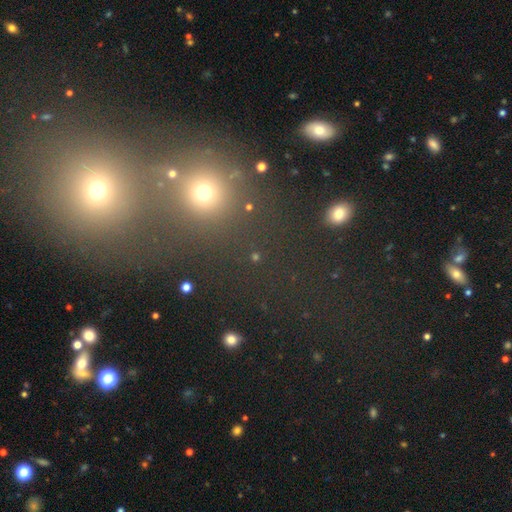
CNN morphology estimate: A smooth galaxy with no disk features (52%) that is round (83%).

Vote fractions:
- Smooth or featured? smooth: 52% / star or artifact: 38% / featured or disk: 10%
- How rounded? round: 83% / in between: 14% / cigar-shaped: 2%
- Merging? none: 66% / merger: 19% / minor disturbance: 9% / major disturbance: 6%